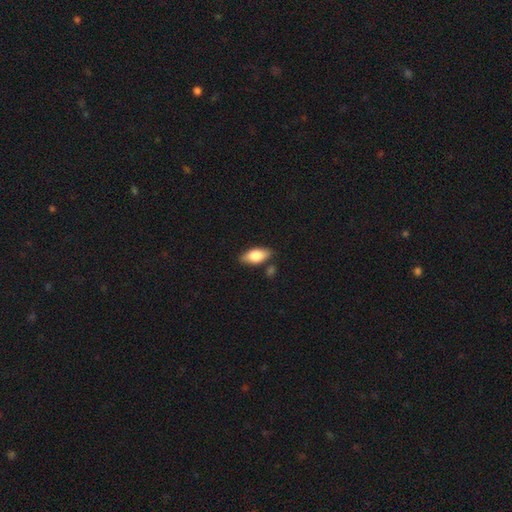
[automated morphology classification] Smooth or featured? Predicted: smooth (p=0.75). How rounded? Predicted: in between (p=0.87). Merging? Predicted: none (p=0.79).